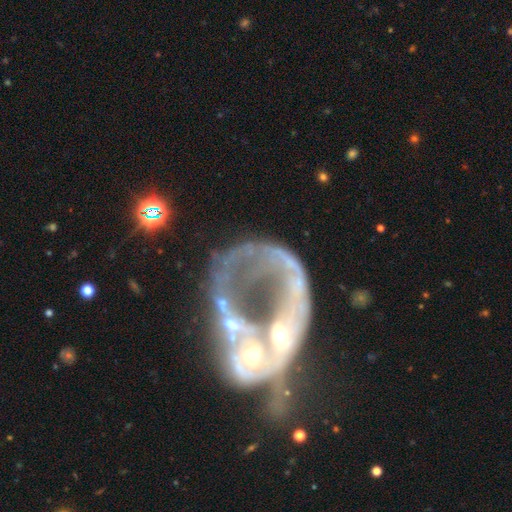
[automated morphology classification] Smooth or featured? Predicted: featured or disk (p=0.72). Edge-on disk? Predicted: no (p=0.97). Bar? Predicted: no (p=0.84). Spiral arms? Predicted: no (p=0.65). Bulge size? Predicted: small (p=0.34). Merging? Predicted: merger (p=0.61).